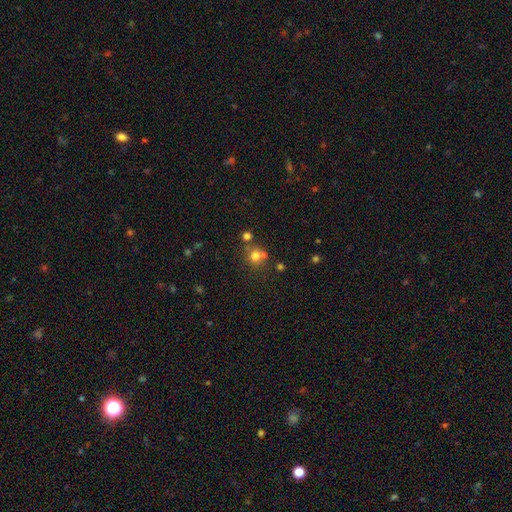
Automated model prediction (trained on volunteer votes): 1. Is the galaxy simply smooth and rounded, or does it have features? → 72% smooth, 17% star or artifact, 11% featured or disk.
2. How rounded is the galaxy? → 86% round, 13% in between, 1% cigar-shaped.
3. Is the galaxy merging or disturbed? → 59% none, 27% merger, 9% minor disturbance, 4% major disturbance.